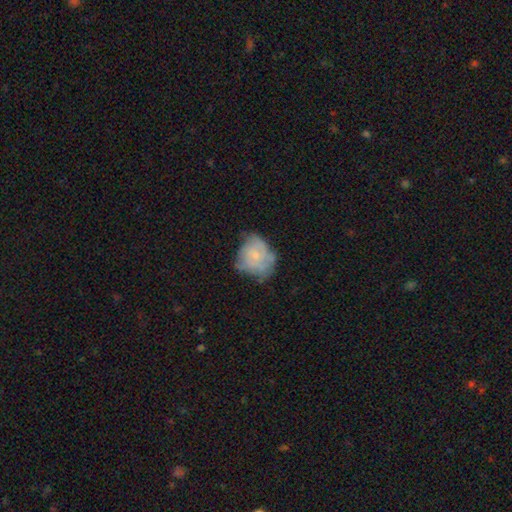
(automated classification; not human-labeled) Smooth or featured? smooth (49%)
Merging? none (42%)